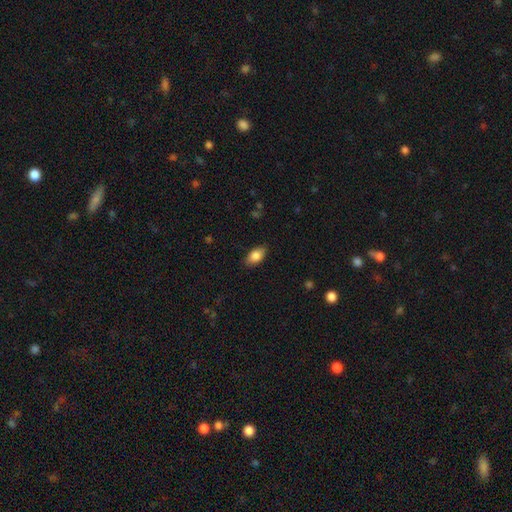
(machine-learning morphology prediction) smooth-or-featured: smooth: 83% | featured or disk: 10% | star or artifact: 7%
  how-rounded: in between: 91% | round: 5% | cigar-shaped: 4%
  merging: none: 85% | minor disturbance: 11% | major disturbance: 3% | merger: 1%